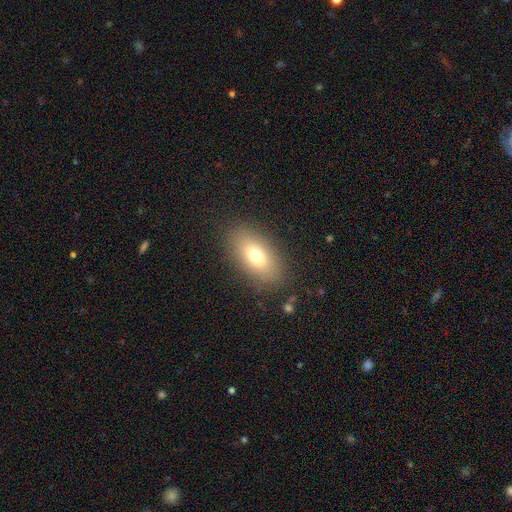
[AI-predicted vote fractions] smooth_or_featured: smooth (p=0.73) [alt: featured or disk p=0.18]
how_rounded: in between (p=0.88) [alt: round p=0.06]
merging: none (p=0.85) [alt: minor disturbance p=0.10]